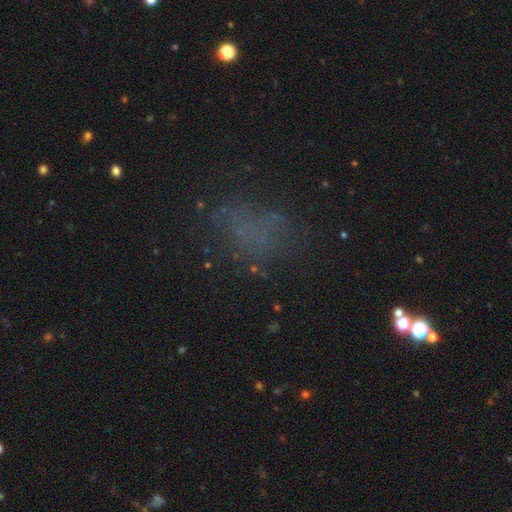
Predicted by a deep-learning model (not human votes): Smooth or featured?
  - smooth: 41% *
  - star or artifact: 36%
  - featured or disk: 24%
Merging?
  - none: 53% *
  - major disturbance: 25%
  - minor disturbance: 18%
  - merger: 4%